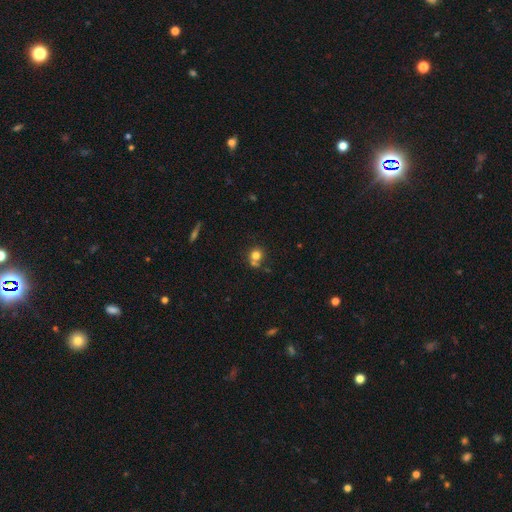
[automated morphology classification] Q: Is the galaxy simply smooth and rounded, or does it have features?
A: smooth — 77%.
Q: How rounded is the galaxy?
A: round — 82%.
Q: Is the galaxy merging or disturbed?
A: none — 53%.